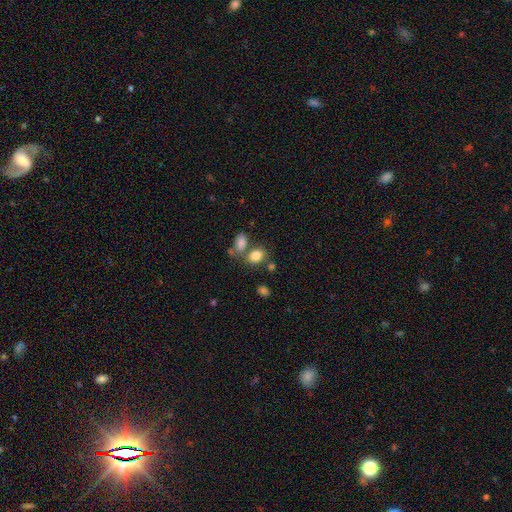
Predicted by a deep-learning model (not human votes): Q: Smooth or featured?
A: smooth (82%); runner-up: star or artifact (10%)
Q: How rounded?
A: in between (78%); runner-up: round (20%)
Q: Merging?
A: none (55%); runner-up: merger (28%)